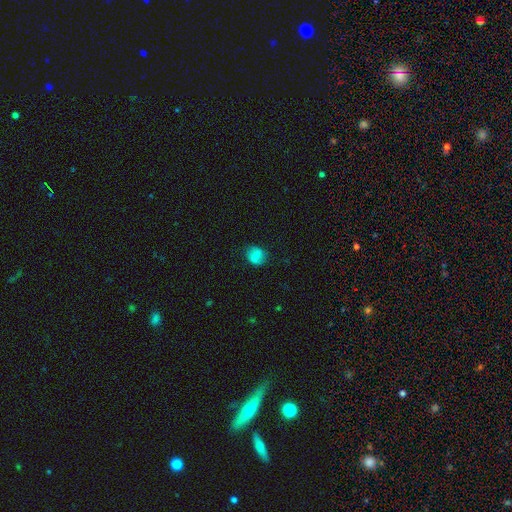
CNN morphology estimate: Smooth or featured? smooth (65%)
How rounded? round (60%)
Merging? none (76%)